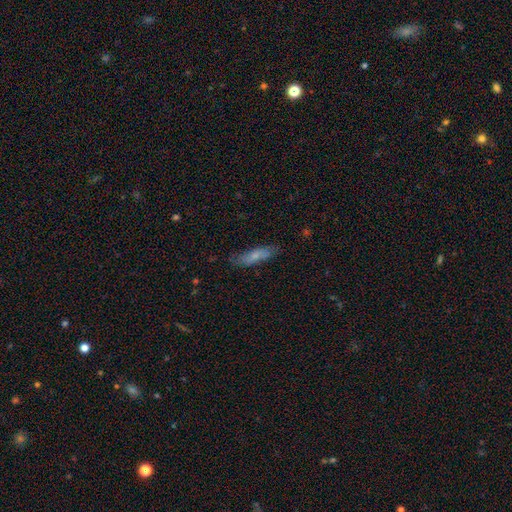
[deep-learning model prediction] Smooth or featured: smooth — 64% (featured or disk — 30%)
How rounded: cigar-shaped — 68% (in between — 30%)
Merging: none — 74% (minor disturbance — 19%)